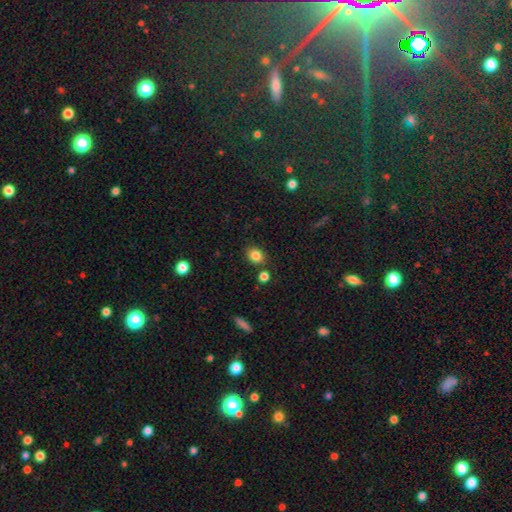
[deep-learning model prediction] Morphology: type=smooth (84%); roundness=in between (51%); merging=none (81%).